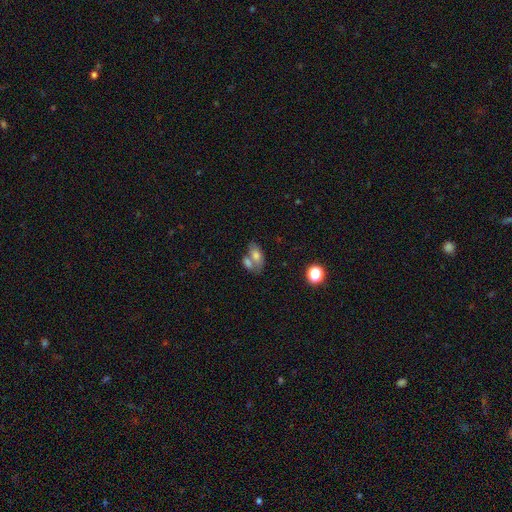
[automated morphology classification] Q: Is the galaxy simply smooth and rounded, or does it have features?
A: smooth — 69%.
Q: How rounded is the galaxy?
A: in between — 87%.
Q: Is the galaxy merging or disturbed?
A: merger — 52%.